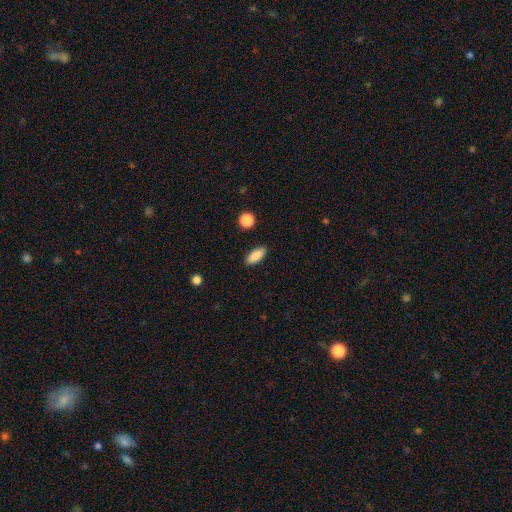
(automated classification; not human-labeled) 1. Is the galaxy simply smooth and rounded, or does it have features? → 88% smooth, 7% star or artifact, 5% featured or disk.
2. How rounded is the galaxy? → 82% in between, 16% cigar-shaped, 3% round.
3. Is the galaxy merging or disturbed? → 89% none, 7% minor disturbance, 2% major disturbance, 1% merger.